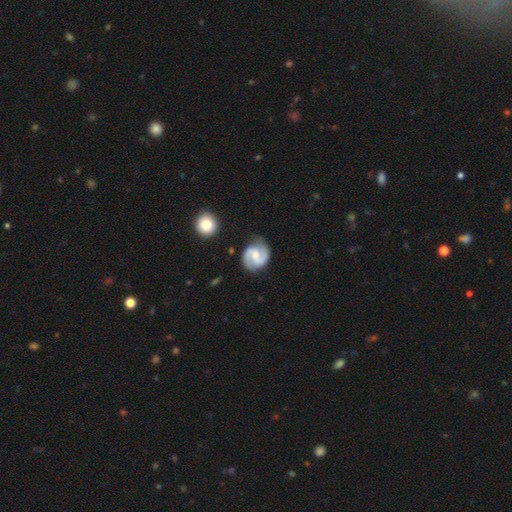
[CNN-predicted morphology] A featured or disk galaxy (88%) with a weak bar (52%), 2 (93%) medium (57%) spiral arms (98%) and a small central bulge (43%).

Vote fractions:
- Smooth or featured? featured or disk: 88% / smooth: 8% / star or artifact: 4%
- Edge-on disk? no: 98% / yes: 2%
- Bar? weak: 52% / no: 33% / strong: 16%
- Spiral arms? yes: 98% / no: 2%
- Spiral winding? medium: 57% / tight: 28% / loose: 16%
- Spiral arm count? 2: 93% / can't tell: 2% / 1: 1% / 3: 1% / 4: 1% / more than 4: 1%
- Bulge size? small: 43% / moderate: 37% / none: 15% / large: 3% / dominant: 1%
- Merging? none: 82% / minor disturbance: 13% / major disturbance: 3% / merger: 2%